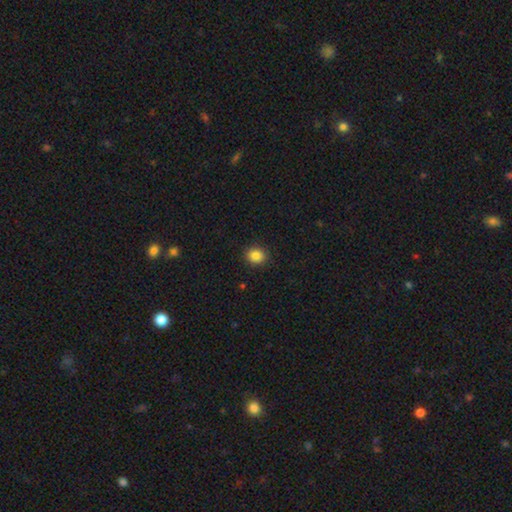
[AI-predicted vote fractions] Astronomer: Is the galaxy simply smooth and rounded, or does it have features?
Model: smooth — 86%.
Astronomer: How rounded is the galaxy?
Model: round — 77%.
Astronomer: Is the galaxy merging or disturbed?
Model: none — 91%.